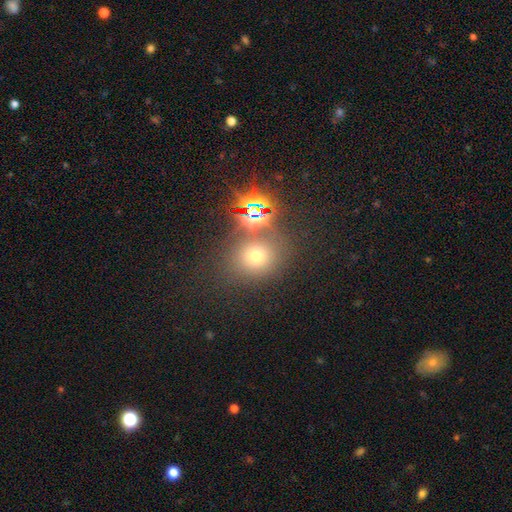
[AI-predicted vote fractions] This is possibly a smooth galaxy (58%). How rounded: likely round (74%). Merging: likely none (74%).